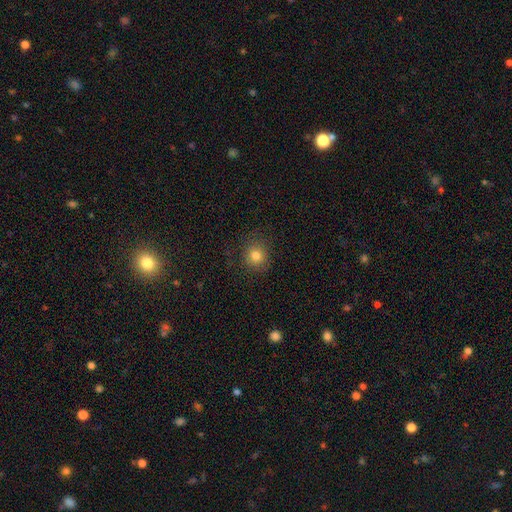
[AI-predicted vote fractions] Smooth or featured: smooth — 81% (star or artifact — 13%)
How rounded: round — 87% (in between — 12%)
Merging: none — 86% (minor disturbance — 9%)